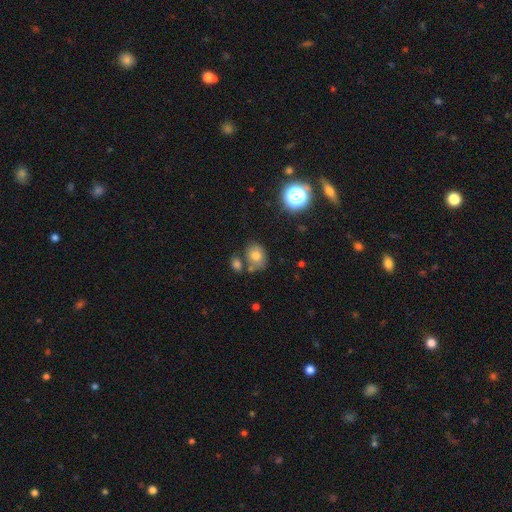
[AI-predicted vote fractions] Morphology: type=smooth (73%); roundness=round (50%); merging=none (60%).